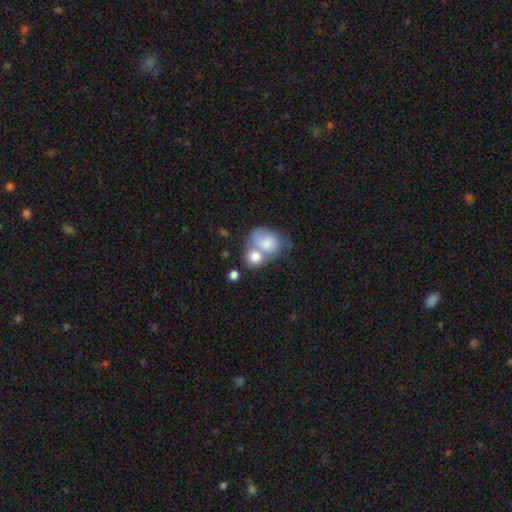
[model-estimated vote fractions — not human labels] The model was most divided on "how rounded": in between: 50%, round: 49%, cigar-shaped: 1%. More confident: smooth or featured — smooth (74%); merging — merger (60%).